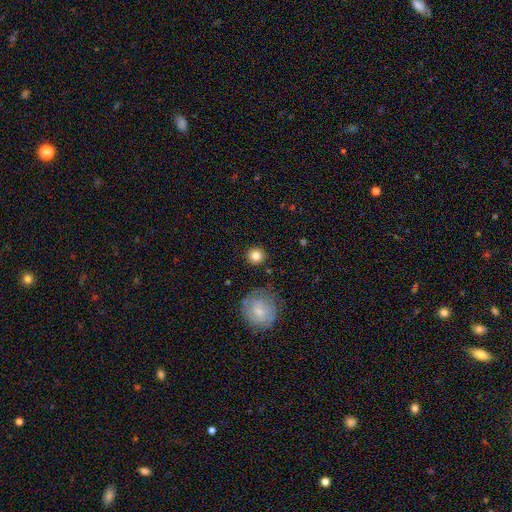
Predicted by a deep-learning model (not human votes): Overall: smooth (83%). How rounded: round (94%). Merging: none (88%).